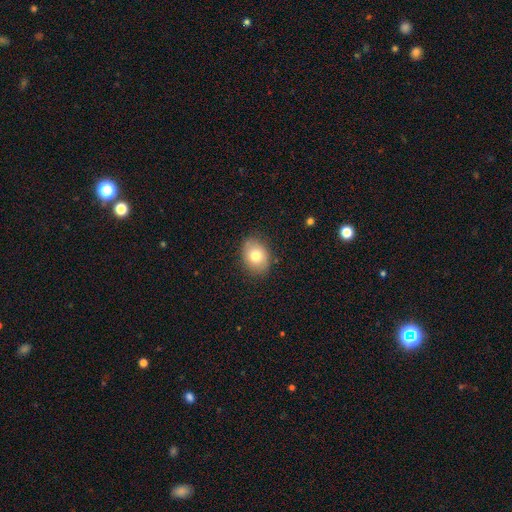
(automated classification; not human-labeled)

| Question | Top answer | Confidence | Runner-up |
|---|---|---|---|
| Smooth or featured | smooth | 78% | featured or disk (14%) |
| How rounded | in between | 61% | round (38%) |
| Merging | none | 85% | minor disturbance (11%) |